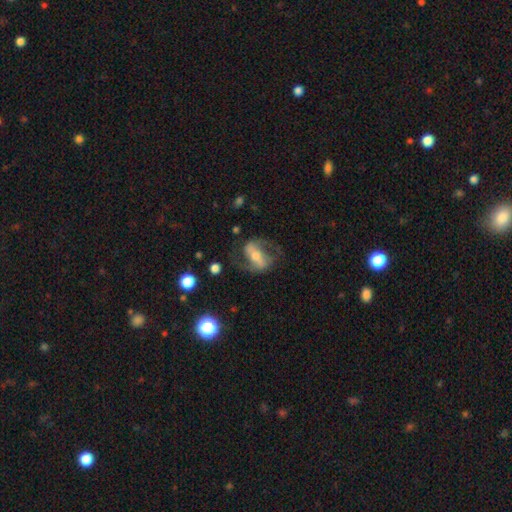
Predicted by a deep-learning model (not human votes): This appears to be a featured or disk galaxy (76%) with a strong bar (59%), 2 (88%) medium (49%) spiral arms (87%) and a moderate central bulge (50%). Merging: none (68%).